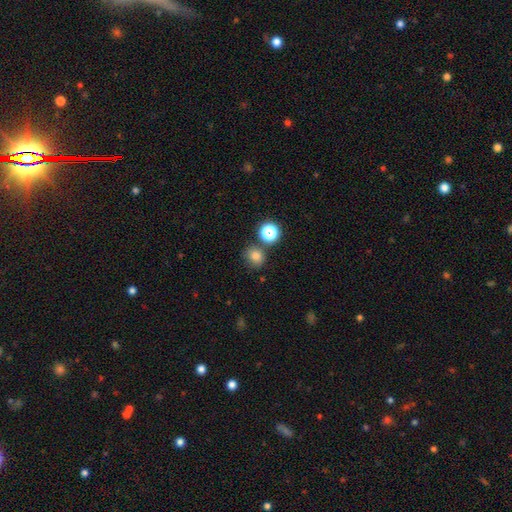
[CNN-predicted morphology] This is likely a smooth galaxy (76%). How rounded: clearly round (81%). Merging: likely none (73%).